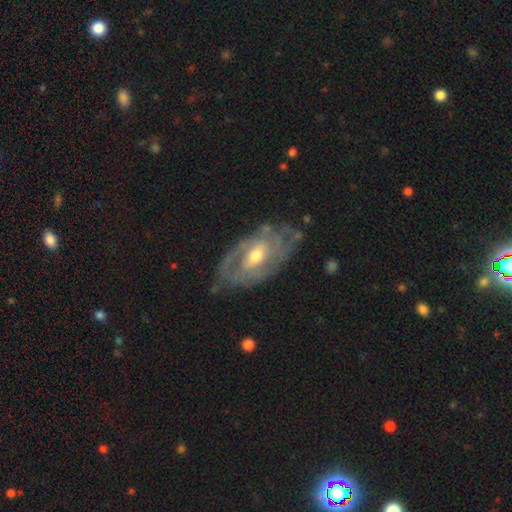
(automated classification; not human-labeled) The model was most divided on "spiral arm count": 2: 40%, can't tell: 39%, 3: 8%, 1: 6%, 4: 3%, more than 4: 3%. Remaining: edge-on disk — no (93%); smooth or featured — featured or disk (79%); spiral arms — yes (76%); merging — none (66%); bulge size — moderate (65%); spiral winding — tight (54%); bar — weak (42%).